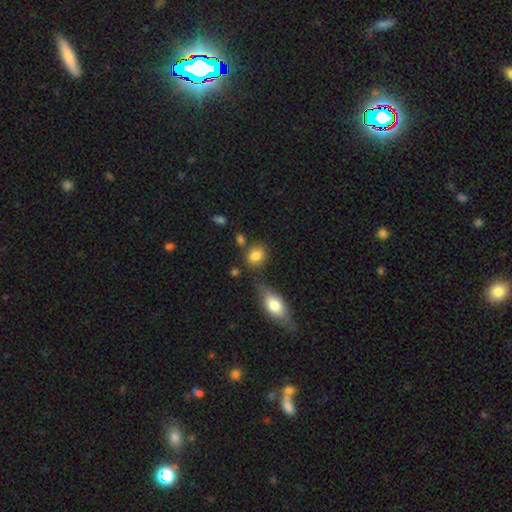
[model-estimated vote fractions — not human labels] smooth-or-featured: smooth: 84% | star or artifact: 9% | featured or disk: 7%
  how-rounded: round: 53% | in between: 45% | cigar-shaped: 2%
  merging: none: 71% | minor disturbance: 13% | merger: 11% | major disturbance: 4%